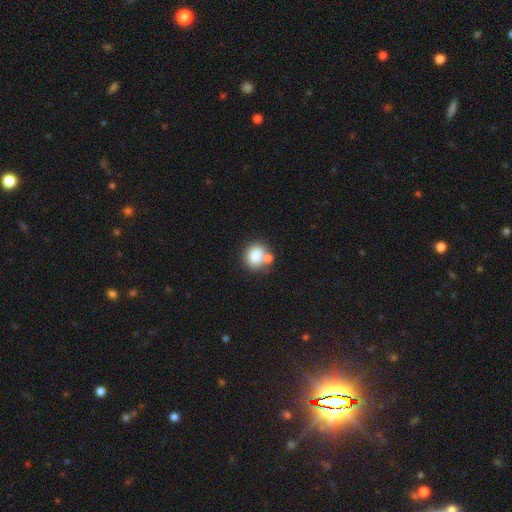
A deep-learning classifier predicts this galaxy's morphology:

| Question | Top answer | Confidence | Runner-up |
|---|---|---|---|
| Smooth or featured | smooth | 81% | featured or disk (9%) |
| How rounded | round | 71% | in between (28%) |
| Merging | none | 53% | merger (30%) |